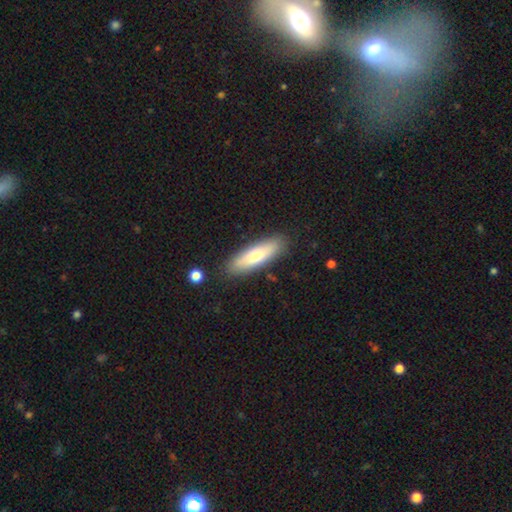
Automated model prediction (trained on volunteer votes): Smooth or featured?
  - smooth: 69% *
  - featured or disk: 25%
  - star or artifact: 6%
How rounded?
  - cigar-shaped: 52% *
  - in between: 46%
  - round: 2%
Merging?
  - none: 86% *
  - minor disturbance: 10%
  - major disturbance: 2%
  - merger: 2%